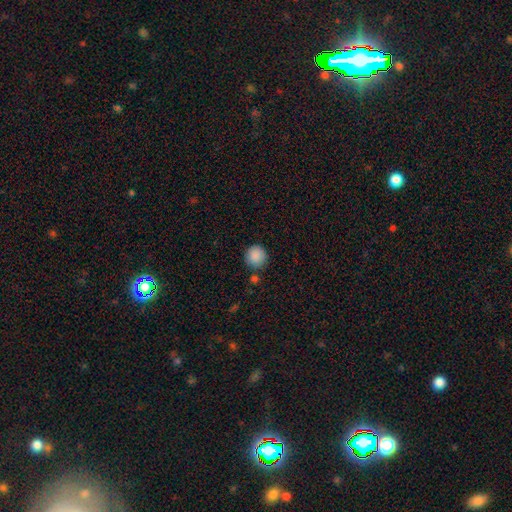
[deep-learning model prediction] The model was most divided on "merging": none: 82%, minor disturbance: 9%, merger: 5%, major disturbance: 3%. More confident: how rounded — round (93%); smooth or featured — smooth (89%).